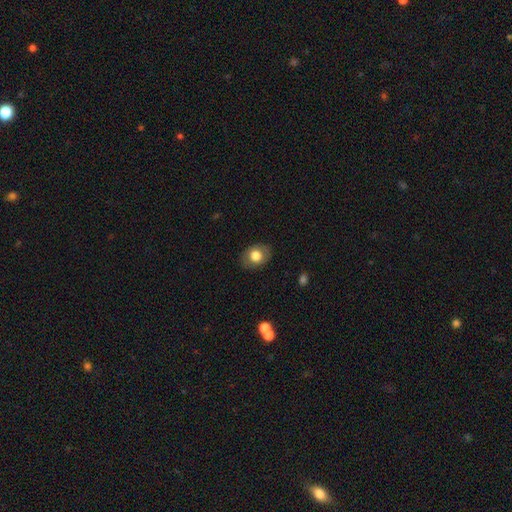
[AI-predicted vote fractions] Smooth or featured? Predicted: smooth (p=0.76). How rounded? Predicted: in between (p=0.61). Merging? Predicted: none (p=0.85).